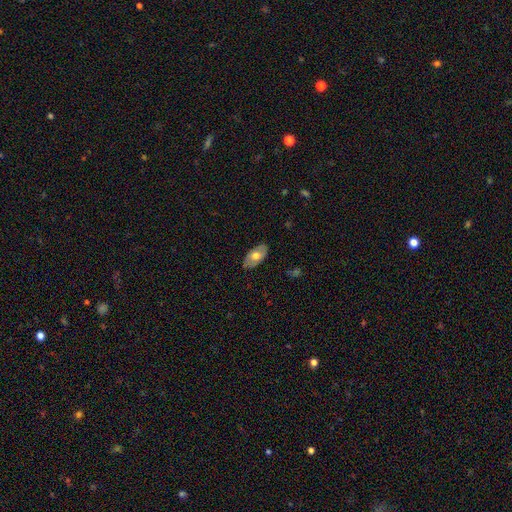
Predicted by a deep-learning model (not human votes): smooth-or-featured: smooth: 58% | featured or disk: 36% | star or artifact: 6%
  how-rounded: in between: 94% | round: 4% | cigar-shaped: 2%
  merging: none: 83% | minor disturbance: 14% | major disturbance: 3% | merger: 1%